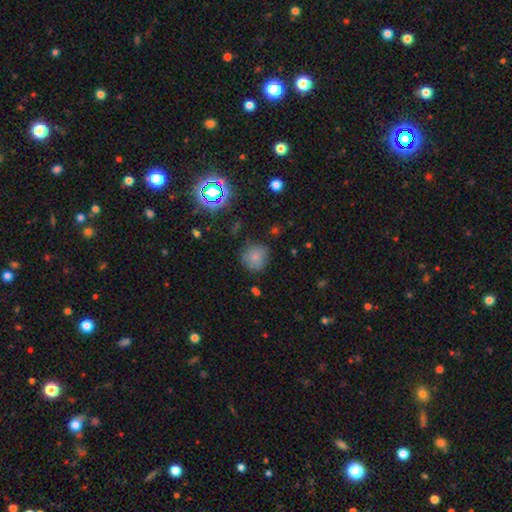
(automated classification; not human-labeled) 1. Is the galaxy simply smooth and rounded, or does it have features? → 74% smooth, 16% star or artifact, 10% featured or disk.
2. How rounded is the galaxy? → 86% round, 13% in between, 1% cigar-shaped.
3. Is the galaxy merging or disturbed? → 71% none, 19% minor disturbance, 7% major disturbance, 3% merger.